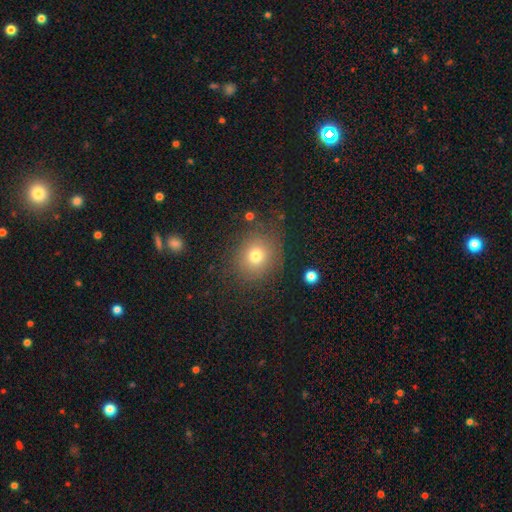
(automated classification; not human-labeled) A smooth galaxy with no disk features (74%) that is round (77%).

Vote fractions:
- Smooth or featured? smooth: 74% / star or artifact: 15% / featured or disk: 11%
- How rounded? round: 77% / in between: 22% / cigar-shaped: 1%
- Merging? none: 81% / minor disturbance: 12% / major disturbance: 5% / merger: 2%